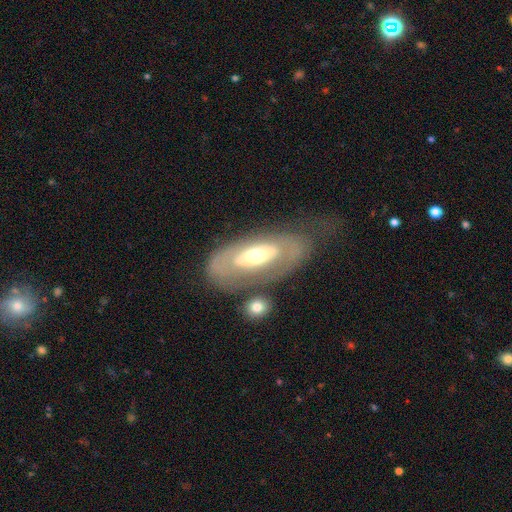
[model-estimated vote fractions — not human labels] Smooth or featured: featured or disk — 63% (smooth — 31%)
Edge-on disk: no — 86% (yes — 14%)
Bar: no — 72% (weak — 18%)
Spiral arms: no — 67% (yes — 33%)
Bulge size: moderate — 67% (large — 17%)
Merging: none — 46% (major disturbance — 22%)